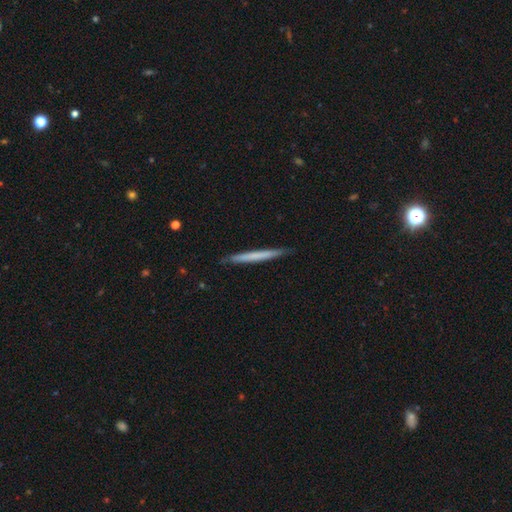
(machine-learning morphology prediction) Q: Smooth or featured?
A: smooth (58%); runner-up: featured or disk (37%)
Q: How rounded?
A: cigar-shaped (97%); runner-up: in between (2%)
Q: Merging?
A: none (89%); runner-up: minor disturbance (8%)